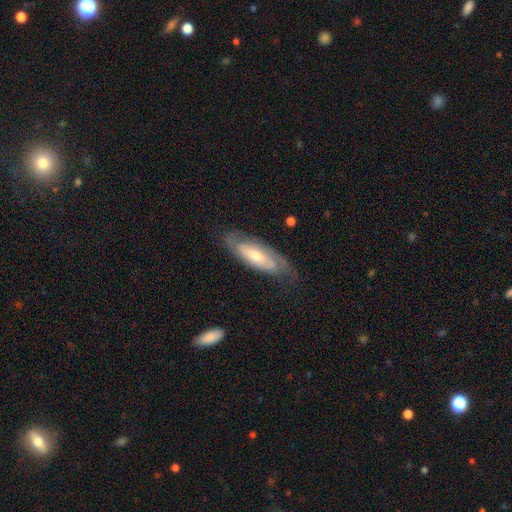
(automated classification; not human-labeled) Smooth or featured: featured or disk — 62% (smooth — 32%)
Edge-on disk: no — 79% (yes — 21%)
Merging: none — 70% (minor disturbance — 21%)